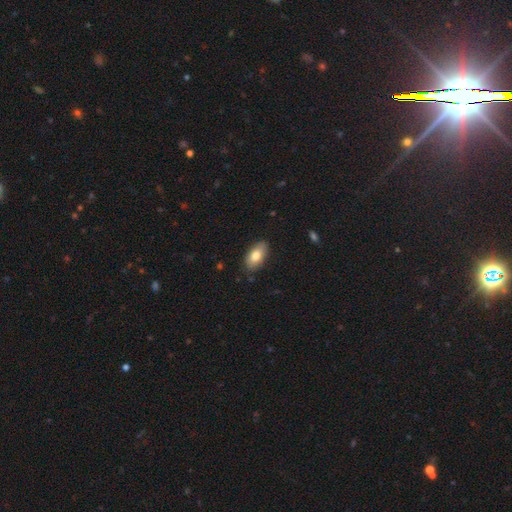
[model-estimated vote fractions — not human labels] A smooth galaxy with no disk features (79%) that is in between round and cigar-shaped (93%).

Vote fractions:
- Smooth or featured? smooth: 79% / featured or disk: 15% / star or artifact: 6%
- How rounded? in between: 93% / round: 4% / cigar-shaped: 3%
- Merging? none: 85% / minor disturbance: 11% / major disturbance: 2% / merger: 1%